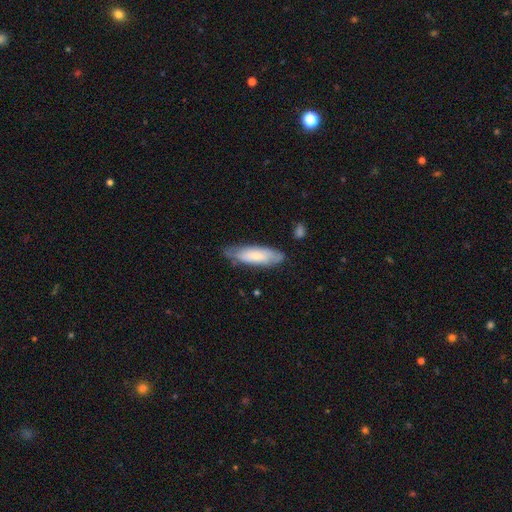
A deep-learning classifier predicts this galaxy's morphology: A smooth galaxy with no disk features (65%) that is in between round and cigar-shaped (53%).

Vote fractions:
- Smooth or featured? smooth: 65% / featured or disk: 29% / star or artifact: 6%
- How rounded? in between: 53% / cigar-shaped: 45% / round: 2%
- Merging? none: 68% / minor disturbance: 25% / major disturbance: 5% / merger: 2%